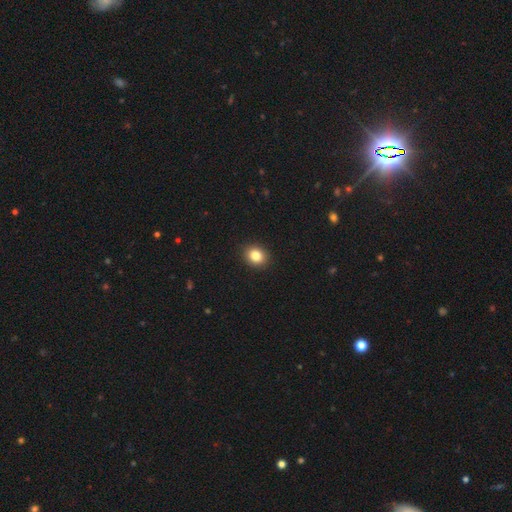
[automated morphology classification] smooth 84%, star or artifact 10%, featured or disk 6%. Down the decision tree: how rounded — round (62%); merging — none (91%).